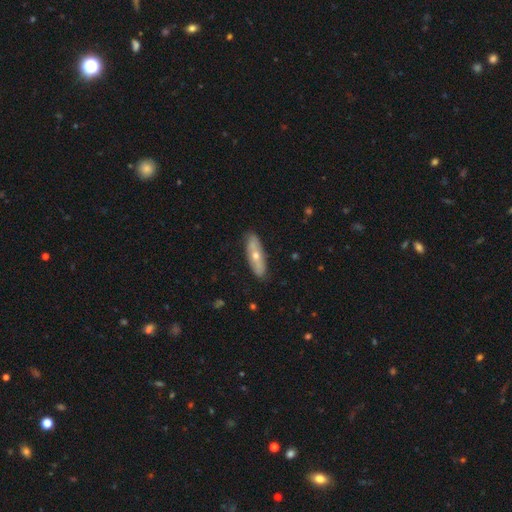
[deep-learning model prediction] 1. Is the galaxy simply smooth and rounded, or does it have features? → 50% featured or disk, 44% smooth, 6% star or artifact.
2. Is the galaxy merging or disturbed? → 86% none, 10% minor disturbance, 2% major disturbance, 1% merger.